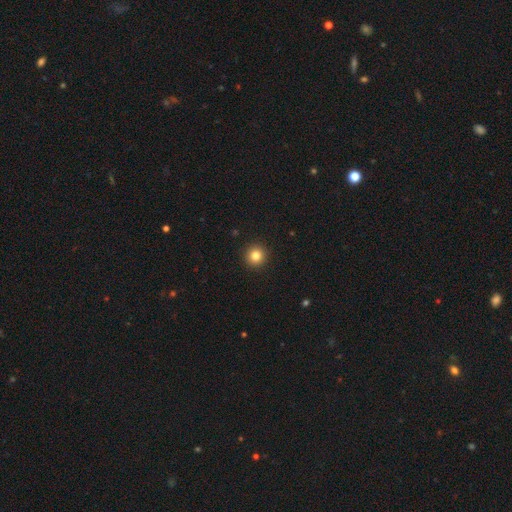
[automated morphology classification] This is clearly a smooth galaxy (83%). How rounded: clearly round (95%). Merging: clearly none (93%).